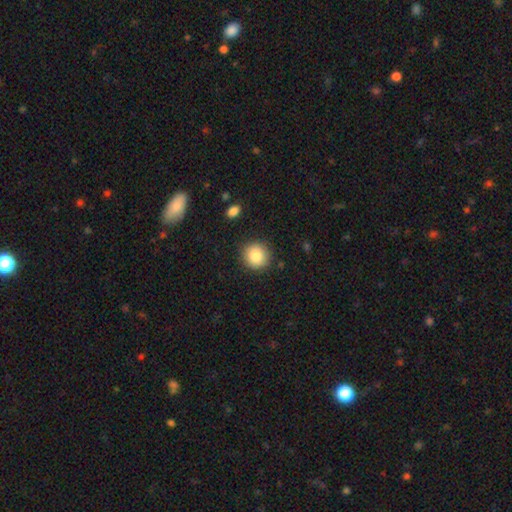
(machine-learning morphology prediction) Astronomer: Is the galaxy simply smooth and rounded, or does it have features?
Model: smooth — 85%.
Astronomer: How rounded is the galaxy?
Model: round — 92%.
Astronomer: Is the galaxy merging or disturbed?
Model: none — 89%.